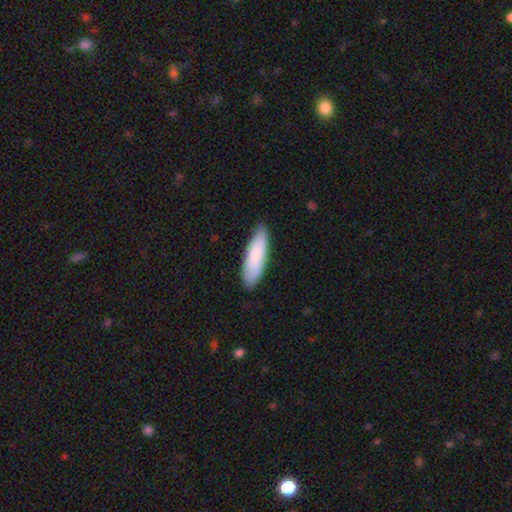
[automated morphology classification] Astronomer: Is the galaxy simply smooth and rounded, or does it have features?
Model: smooth — 84%.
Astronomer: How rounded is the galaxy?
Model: cigar-shaped — 54% (runner-up: in between, 45%).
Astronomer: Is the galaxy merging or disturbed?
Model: none — 85%.